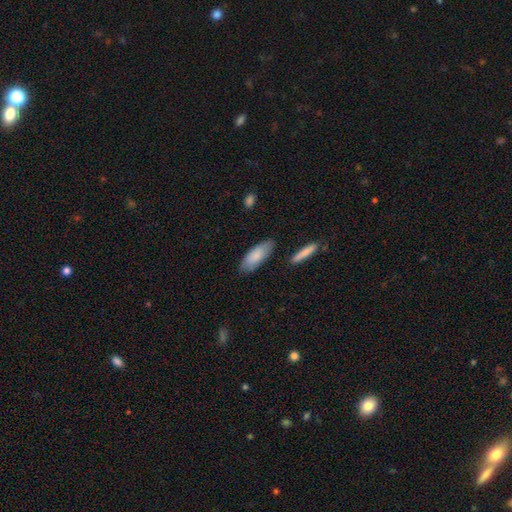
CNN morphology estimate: Q: Smooth or featured?
A: smooth (84%); runner-up: featured or disk (11%)
Q: How rounded?
A: in between (69%); runner-up: cigar-shaped (29%)
Q: Merging?
A: none (80%); runner-up: minor disturbance (14%)